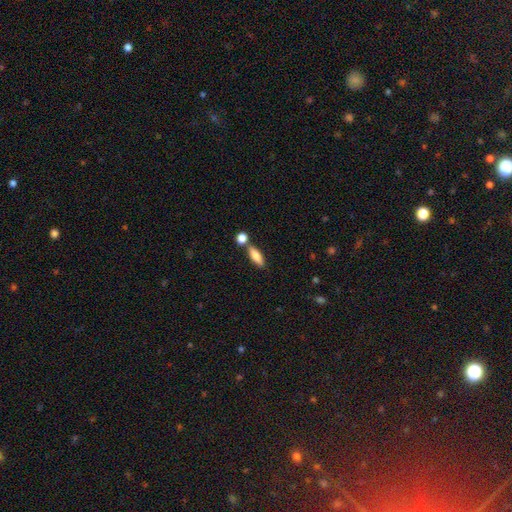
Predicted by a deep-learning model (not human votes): Smooth or featured?
  - smooth: 78% *
  - featured or disk: 15%
  - star or artifact: 7%
How rounded?
  - in between: 59% *
  - cigar-shaped: 38%
  - round: 3%
Merging?
  - none: 68% *
  - merger: 18%
  - minor disturbance: 11%
  - major disturbance: 3%